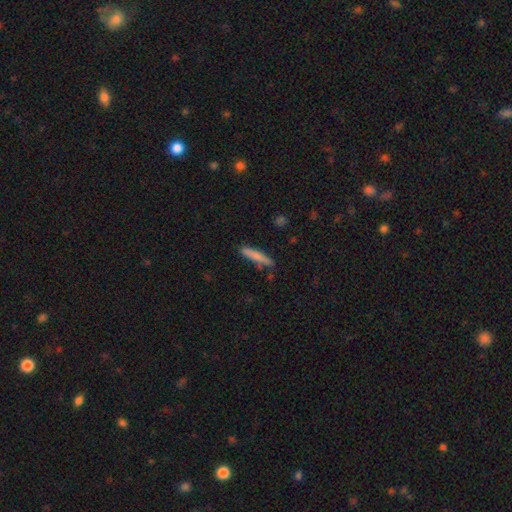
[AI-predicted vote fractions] The model was most divided on "smooth or featured": smooth: 76%, featured or disk: 18%, star or artifact: 6%. More confident: how rounded — cigar-shaped (90%); merging — none (81%).